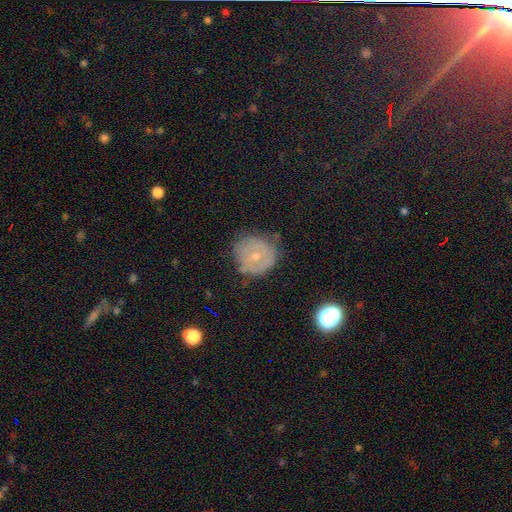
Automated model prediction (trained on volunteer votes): This is possibly a featured or disk galaxy (50%). It is clearly not viewed edge-on (96%). Merging: likely none (68%).